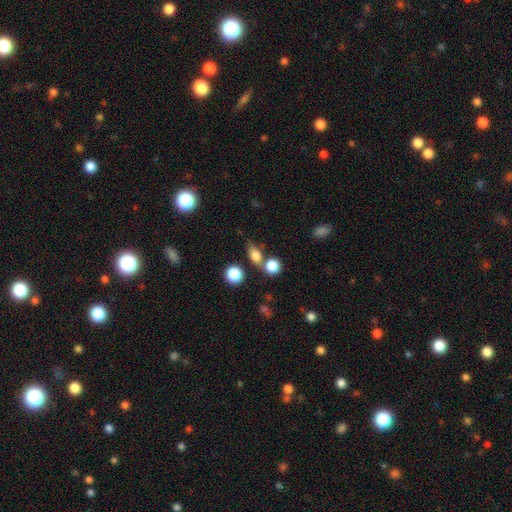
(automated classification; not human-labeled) smooth-or-featured: smooth: 79% | star or artifact: 12% | featured or disk: 9%
  how-rounded: in between: 60% | round: 35% | cigar-shaped: 5%
  merging: none: 59% | merger: 23% | minor disturbance: 13% | major disturbance: 5%